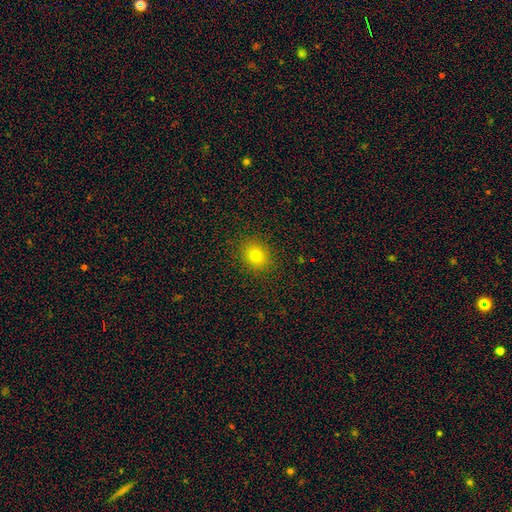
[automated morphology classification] This is likely a smooth galaxy (77%). How rounded: likely round (74%). Merging: clearly none (89%).